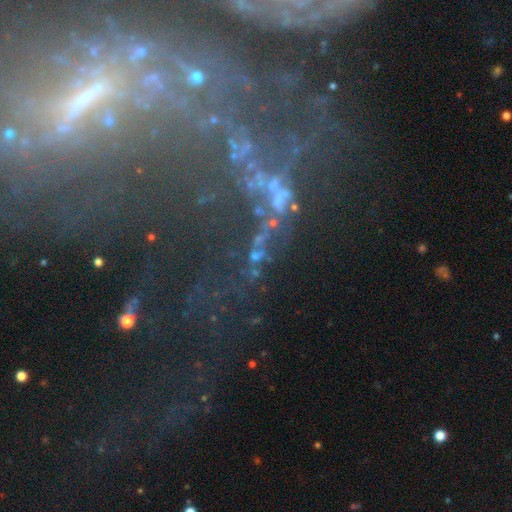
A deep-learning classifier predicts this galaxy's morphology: A star or artifact, not a galaxy (45%).